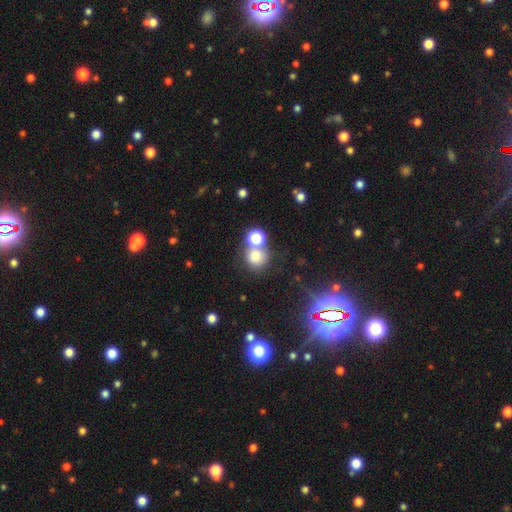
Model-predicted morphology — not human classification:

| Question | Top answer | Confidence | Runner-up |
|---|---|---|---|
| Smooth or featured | smooth | 74% | star or artifact (17%) |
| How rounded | round | 87% | in between (12%) |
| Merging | none | 53% | merger (33%) |